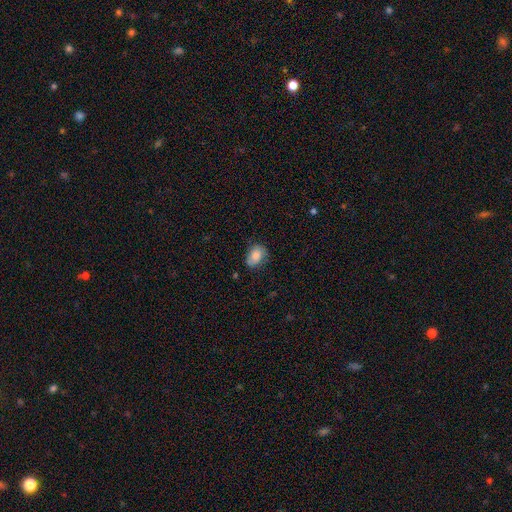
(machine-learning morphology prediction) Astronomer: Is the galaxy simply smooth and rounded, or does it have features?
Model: smooth — 81%.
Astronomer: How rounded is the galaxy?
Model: in between — 80%.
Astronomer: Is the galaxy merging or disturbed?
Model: none — 67%.